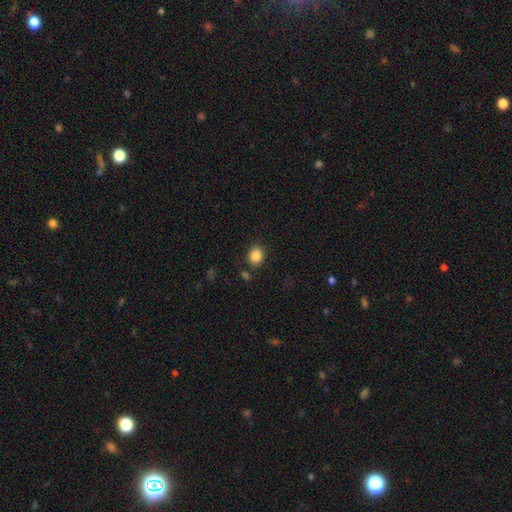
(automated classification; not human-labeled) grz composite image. It shows a smooth galaxy with no disk features (86%) that is round (57%). Merging: none (82%).